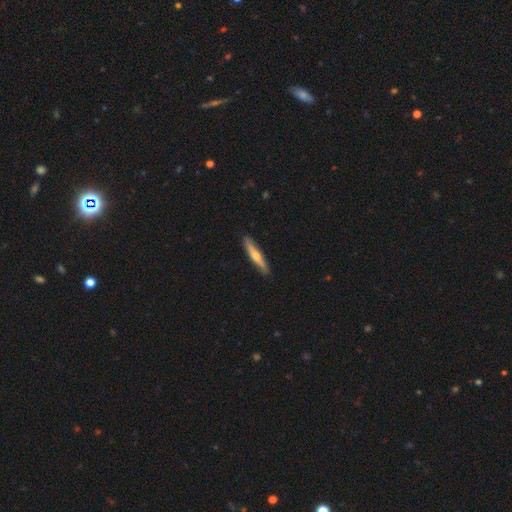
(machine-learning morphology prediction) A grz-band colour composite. It shows a featured or disk galaxy (51%) viewed edge-on (92%). Merging: none (89%).